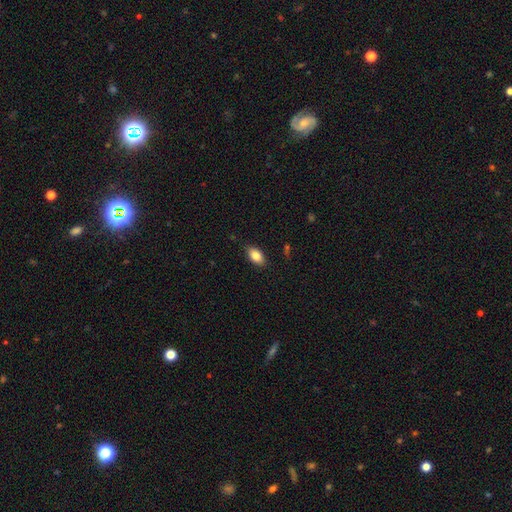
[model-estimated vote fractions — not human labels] This appears to be a smooth galaxy with no disk features (83%) that is in between round and cigar-shaped (90%). Merging: none (85%).